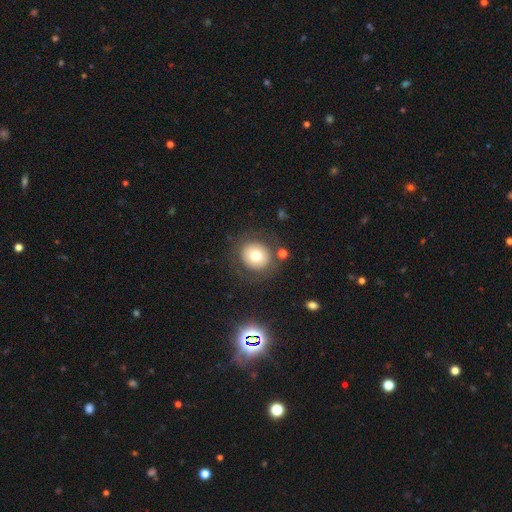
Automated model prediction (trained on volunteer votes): Smooth or featured: smooth — 71% (featured or disk — 18%)
How rounded: round — 90% (in between — 9%)
Merging: none — 81% (minor disturbance — 10%)